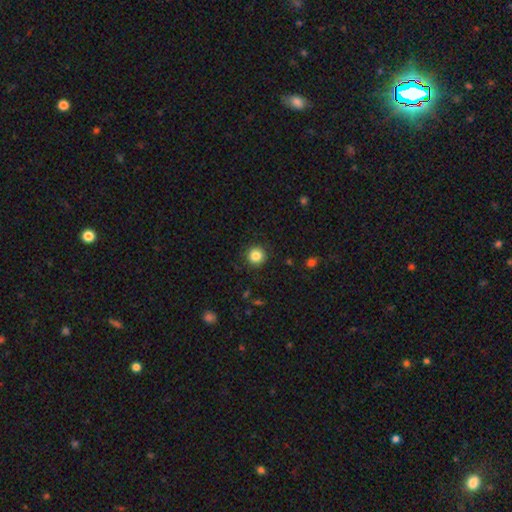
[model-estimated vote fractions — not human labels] A smooth galaxy with no disk features (84%) that is round (95%).

Vote fractions:
- Smooth or featured? smooth: 84% / star or artifact: 11% / featured or disk: 5%
- How rounded? round: 95% / in between: 4% / cigar-shaped: 1%
- Merging? none: 91% / minor disturbance: 6% / major disturbance: 2% / merger: 1%